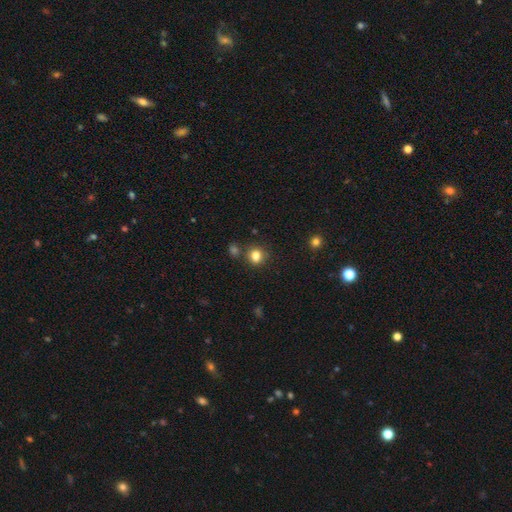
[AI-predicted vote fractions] Overall: smooth (81%). How rounded: round (67%; in between 32%). Merging: none (72%).